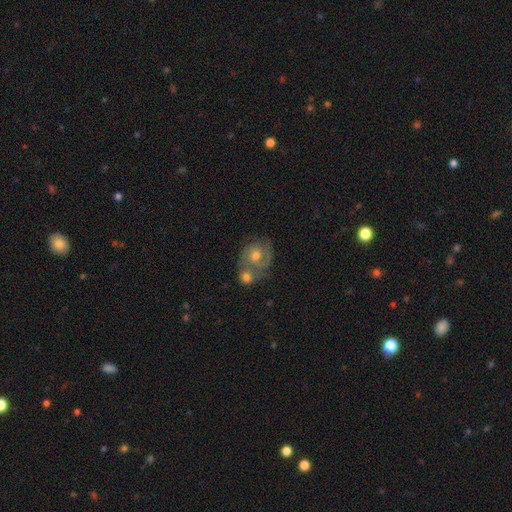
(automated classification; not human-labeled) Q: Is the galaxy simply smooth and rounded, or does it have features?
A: featured or disk — 71%.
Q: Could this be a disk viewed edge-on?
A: no — 97%.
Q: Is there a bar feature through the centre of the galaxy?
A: no — 72%.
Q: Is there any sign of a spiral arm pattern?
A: yes — 88%.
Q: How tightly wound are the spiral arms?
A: tight — 48%.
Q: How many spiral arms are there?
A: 2 — 64%.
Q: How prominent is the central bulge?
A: moderate — 67%.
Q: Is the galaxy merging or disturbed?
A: none — 47%.